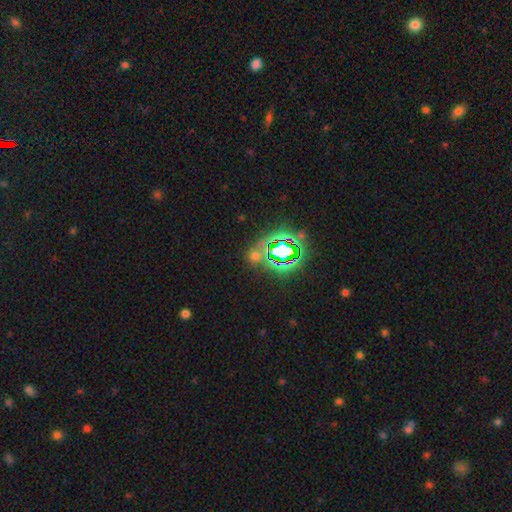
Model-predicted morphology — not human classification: The model was most divided on "smooth or featured": star or artifact: 55%, smooth: 36%, featured or disk: 9%.